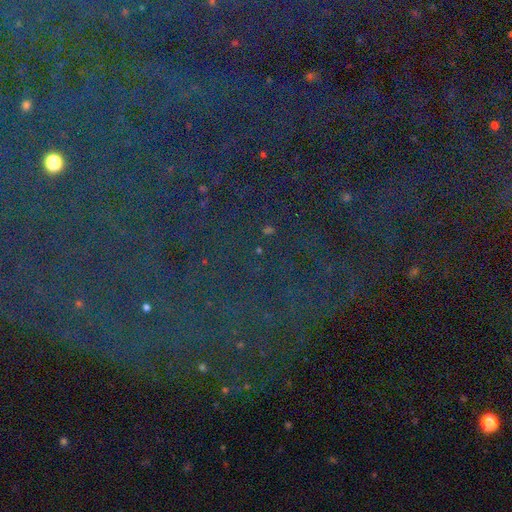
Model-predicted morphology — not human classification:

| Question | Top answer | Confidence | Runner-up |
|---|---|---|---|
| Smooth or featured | star or artifact | 84% | smooth (8%) |